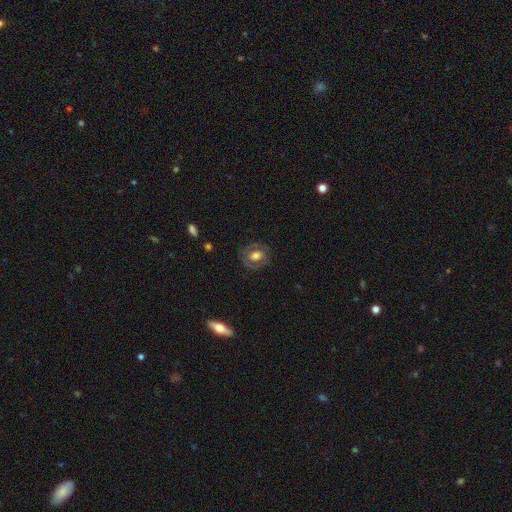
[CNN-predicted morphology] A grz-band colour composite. It shows a smooth galaxy with no disk features (46%, tied with featured or disk). Merging: none (76%).